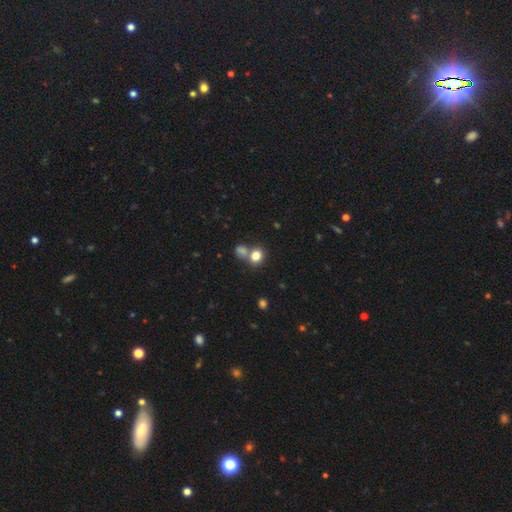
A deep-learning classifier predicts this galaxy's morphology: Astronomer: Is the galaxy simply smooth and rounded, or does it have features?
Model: smooth — 79%.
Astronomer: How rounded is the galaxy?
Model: round — 60% (runner-up: in between, 39%).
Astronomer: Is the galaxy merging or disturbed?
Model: none — 51% (runner-up: merger, 34%).